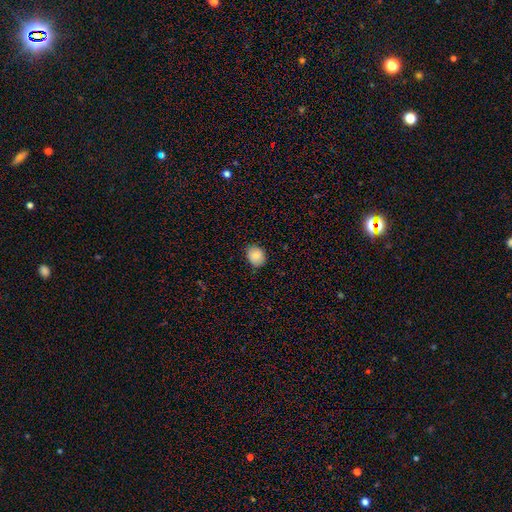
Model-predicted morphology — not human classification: Q: Smooth or featured?
A: smooth (86%); runner-up: star or artifact (8%)
Q: How rounded?
A: round (59%); runner-up: in between (41%)
Q: Merging?
A: none (83%); runner-up: minor disturbance (14%)